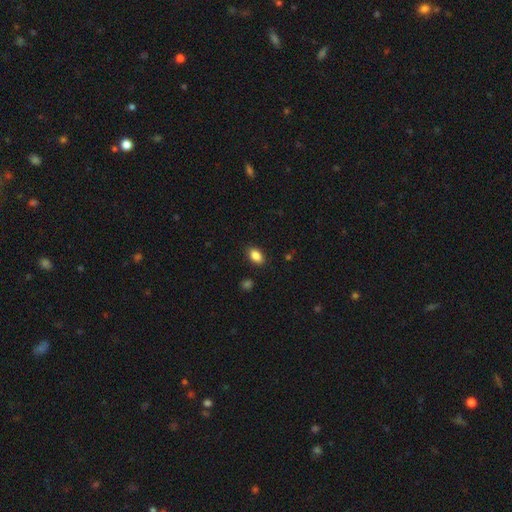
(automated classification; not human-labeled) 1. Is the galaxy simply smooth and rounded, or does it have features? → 86% smooth, 8% star or artifact, 6% featured or disk.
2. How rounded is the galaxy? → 88% in between, 10% round, 2% cigar-shaped.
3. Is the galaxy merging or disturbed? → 88% none, 9% minor disturbance, 2% major disturbance, 1% merger.